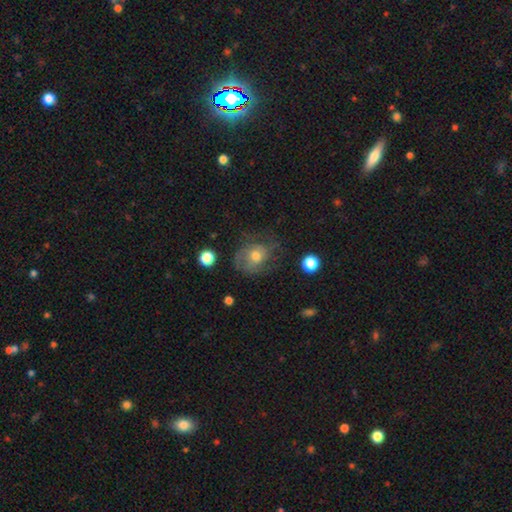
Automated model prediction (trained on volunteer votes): Smooth or featured? featured or disk (47%)
Merging? none (55%)